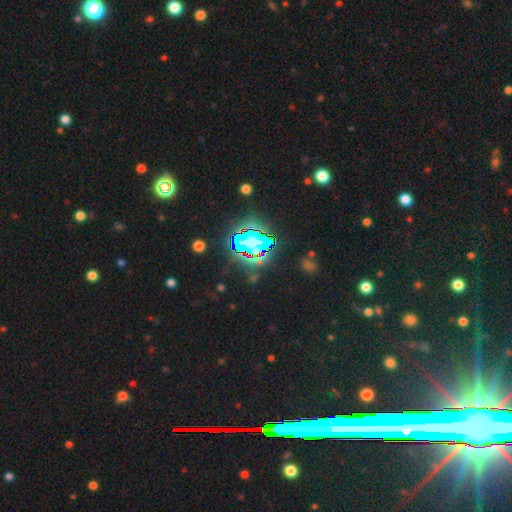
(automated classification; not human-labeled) Smooth or featured? star or artifact (70%)